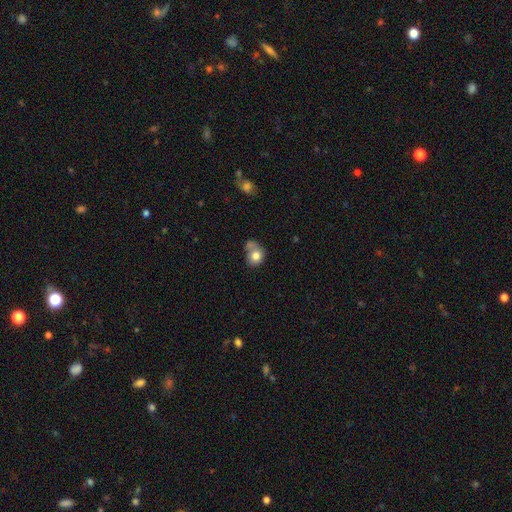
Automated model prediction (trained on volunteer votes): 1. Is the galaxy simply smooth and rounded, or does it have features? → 77% smooth, 14% featured or disk, 9% star or artifact.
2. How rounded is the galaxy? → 62% round, 37% in between, 1% cigar-shaped.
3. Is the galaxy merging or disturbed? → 35% none, 31% merger, 21% minor disturbance, 13% major disturbance.